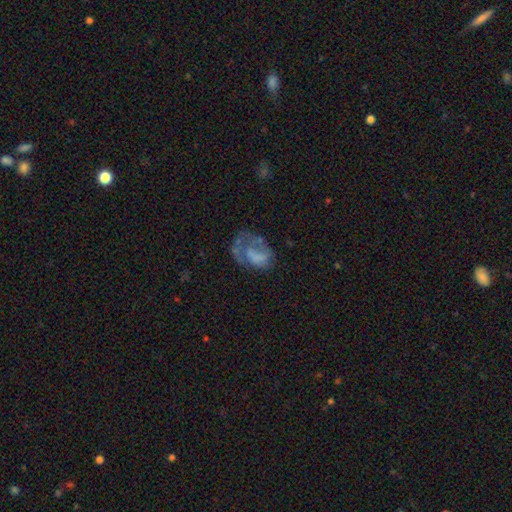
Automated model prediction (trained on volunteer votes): Morphology: type=featured or disk (47%); merging=major disturbance (39%).